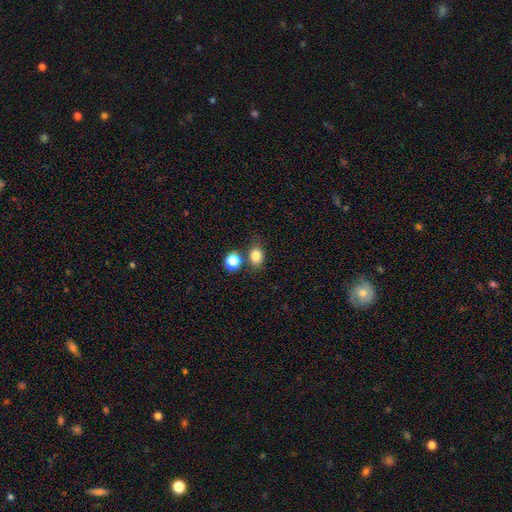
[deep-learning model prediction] This is clearly a smooth galaxy (82%). How rounded: possibly in between (57%). Merging: likely none (70%).